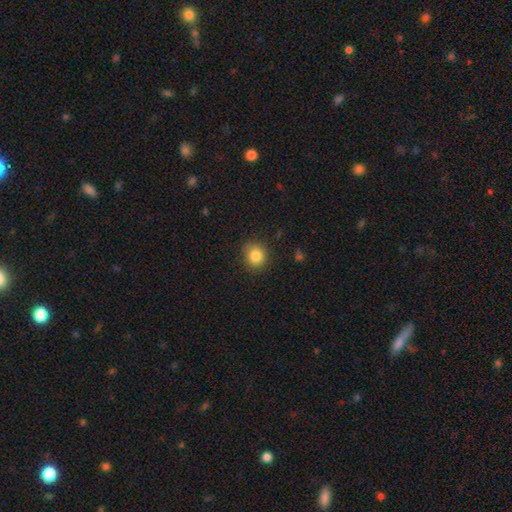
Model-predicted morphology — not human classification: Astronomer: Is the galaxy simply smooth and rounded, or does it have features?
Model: smooth — 84%.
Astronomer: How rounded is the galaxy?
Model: round — 83%.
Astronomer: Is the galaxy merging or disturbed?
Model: none — 83%.